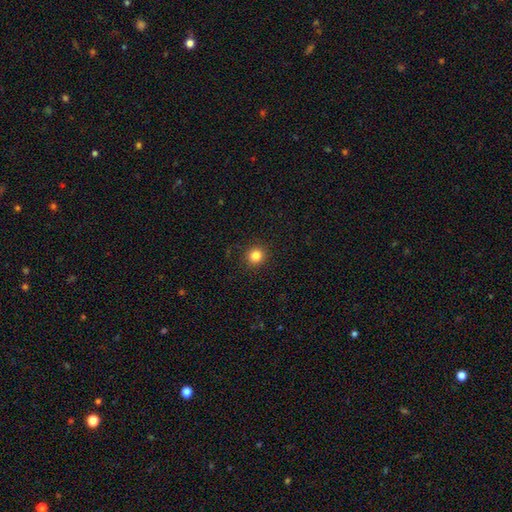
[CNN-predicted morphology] The model was most divided on "smooth or featured": smooth: 83%, star or artifact: 12%, featured or disk: 5%. More confident: how rounded — round (92%); merging — none (92%).